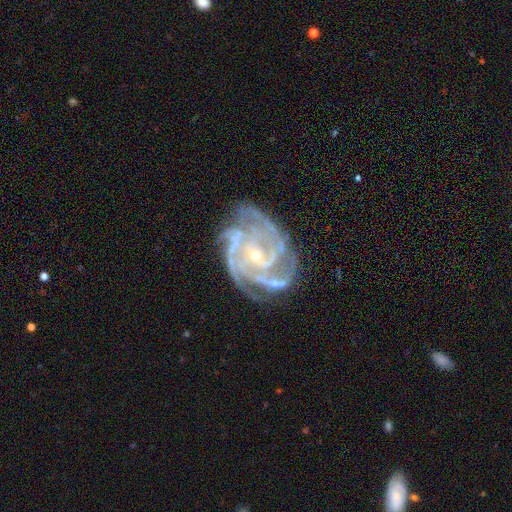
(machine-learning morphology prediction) smooth_or_featured: featured or disk (p=0.91) [alt: star or artifact p=0.06]
disk_edge_on: no (p=0.98) [alt: yes p=0.02]
bar: no (p=0.52) [alt: weak p=0.33]
has_spiral_arms: yes (p=0.98) [alt: no p=0.02]
spiral_winding: tight (p=0.62) [alt: medium p=0.33]
spiral_arm_count: 4 (p=0.34) [alt: 3 p=0.26]
bulge_size: small (p=0.76) [alt: moderate p=0.20]
merging: none (p=0.65) [alt: minor disturbance p=0.21]